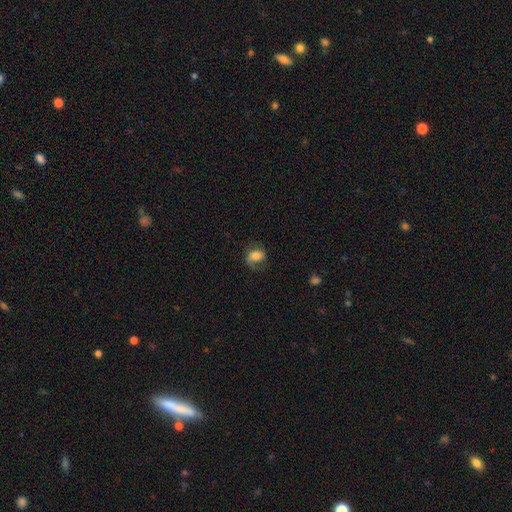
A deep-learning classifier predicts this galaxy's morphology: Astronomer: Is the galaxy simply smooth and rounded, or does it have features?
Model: smooth — 53% (runner-up: featured or disk, 38%).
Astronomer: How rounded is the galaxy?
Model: in between — 62% (runner-up: round, 37%).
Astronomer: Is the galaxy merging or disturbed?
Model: none — 58%.